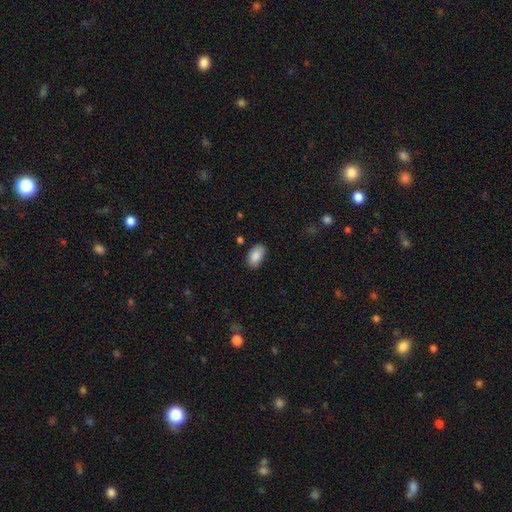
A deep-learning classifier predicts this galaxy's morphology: This is clearly a smooth galaxy (88%). How rounded: clearly in between (93%). Merging: clearly none (81%).